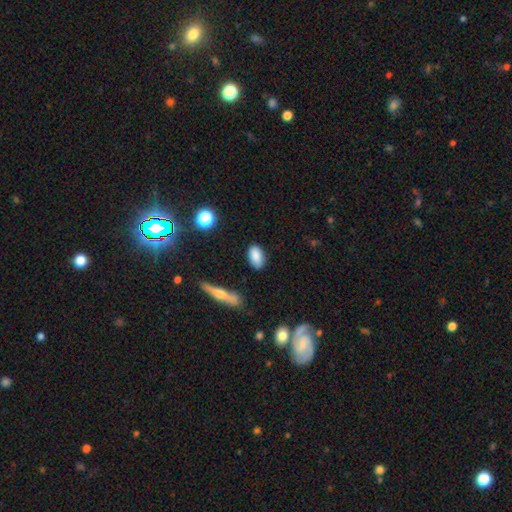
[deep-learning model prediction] Smooth or featured: smooth — 85% (star or artifact — 8%)
How rounded: in between — 90% (round — 6%)
Merging: none — 83% (minor disturbance — 12%)